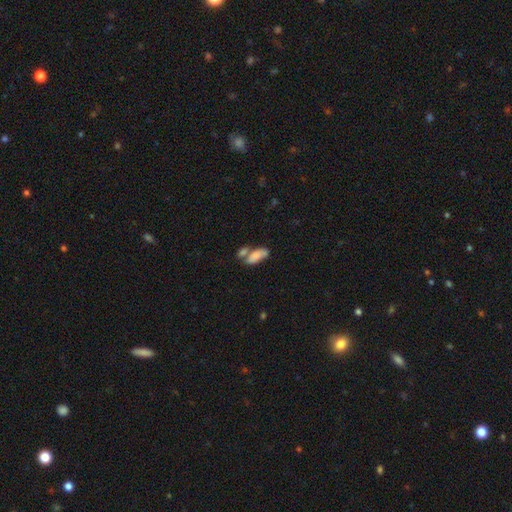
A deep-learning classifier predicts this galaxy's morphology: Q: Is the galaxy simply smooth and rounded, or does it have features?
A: smooth — 74%.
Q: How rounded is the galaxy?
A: in between — 83%.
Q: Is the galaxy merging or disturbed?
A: merger — 46%.